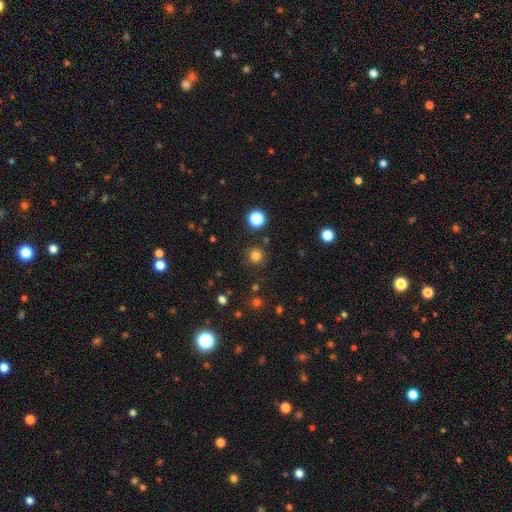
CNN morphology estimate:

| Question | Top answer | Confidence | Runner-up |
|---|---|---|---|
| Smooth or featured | smooth | 79% | star or artifact (17%) |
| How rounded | round | 95% | in between (4%) |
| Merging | none | 89% | minor disturbance (6%) |